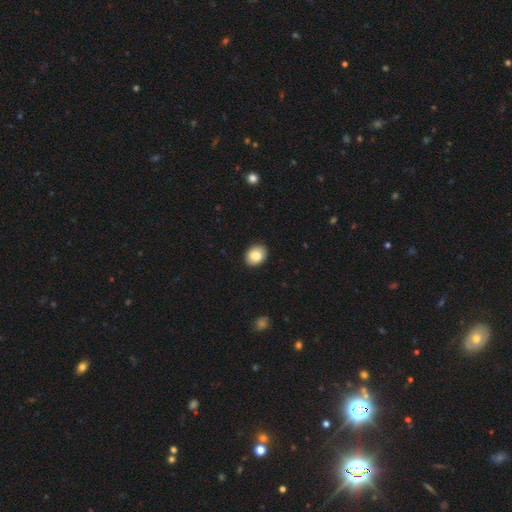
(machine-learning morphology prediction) Smooth or featured?
  - smooth: 83% *
  - featured or disk: 9%
  - star or artifact: 8%
How rounded?
  - in between: 54% *
  - round: 45%
  - cigar-shaped: 1%
Merging?
  - none: 90% *
  - minor disturbance: 7%
  - major disturbance: 2%
  - merger: 1%